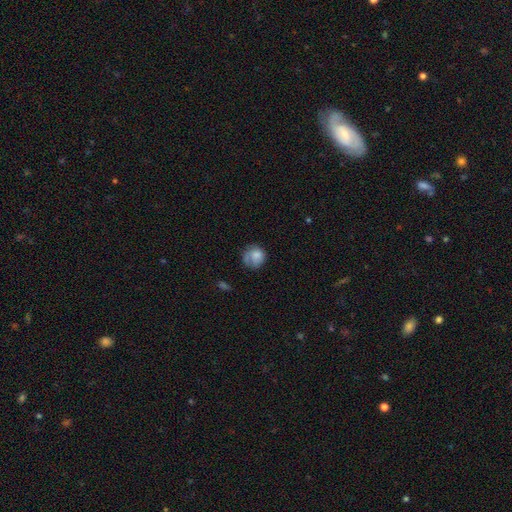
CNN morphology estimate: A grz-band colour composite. It shows a smooth galaxy with no disk features (73%) that is round (78%). Merging: none (51%).